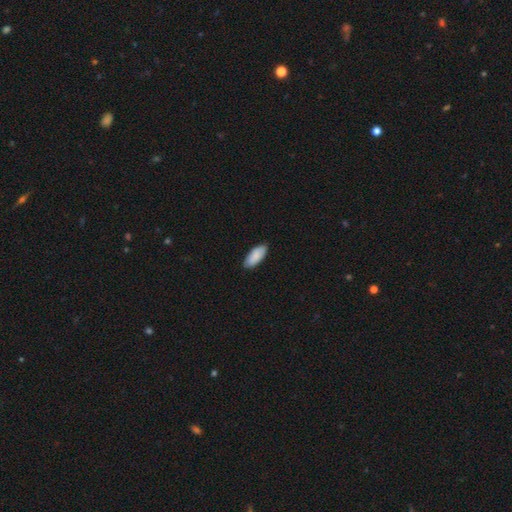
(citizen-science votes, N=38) This is clearly a smooth galaxy (92%). How rounded: clearly in between (91%). Merging: clearly none (82%).